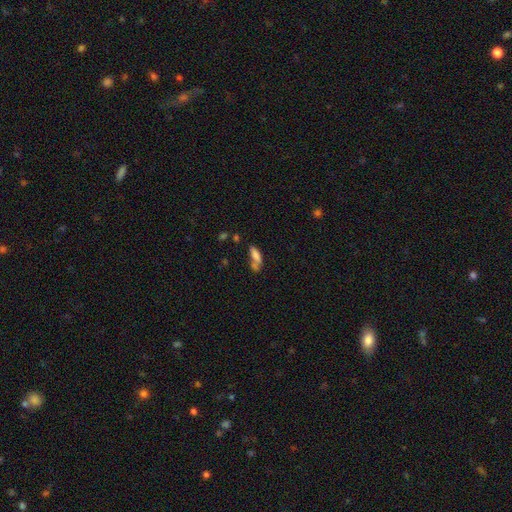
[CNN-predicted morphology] Overall: smooth (73%). How rounded: in between (65%; cigar-shaped 32%). Merging: merger (40%; none 34%).